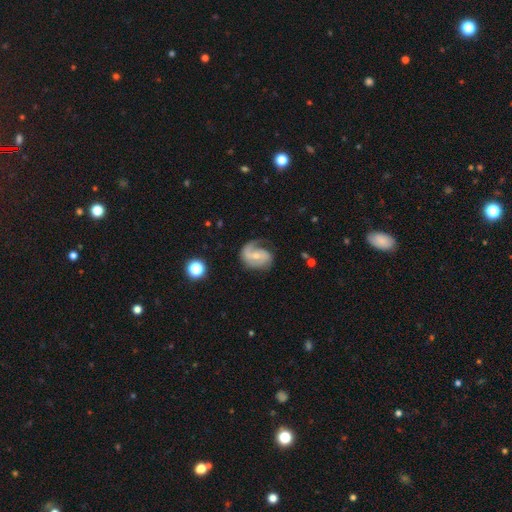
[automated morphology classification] The model was most divided on "bar": weak: 44%, no: 38%, strong: 18%. Remaining: edge-on disk — no (97%); spiral arms — yes (94%); smooth or featured — featured or disk (80%); spiral arm count — 2 (59%); bulge size — small (58%); merging — none (58%); spiral winding — medium (46%).